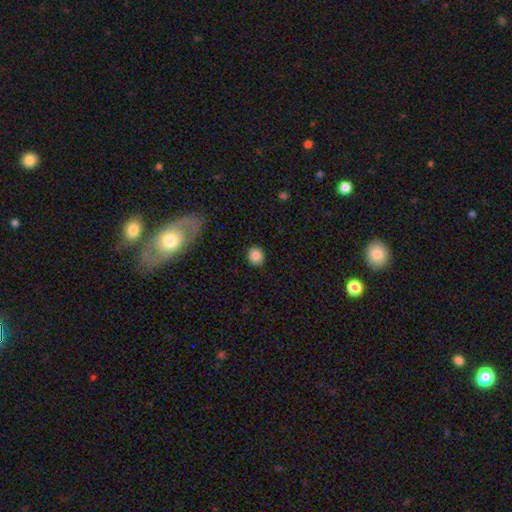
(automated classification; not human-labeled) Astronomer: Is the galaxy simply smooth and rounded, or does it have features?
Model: smooth — 86%.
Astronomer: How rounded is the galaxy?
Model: round — 82%.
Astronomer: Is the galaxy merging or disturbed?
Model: none — 90%.